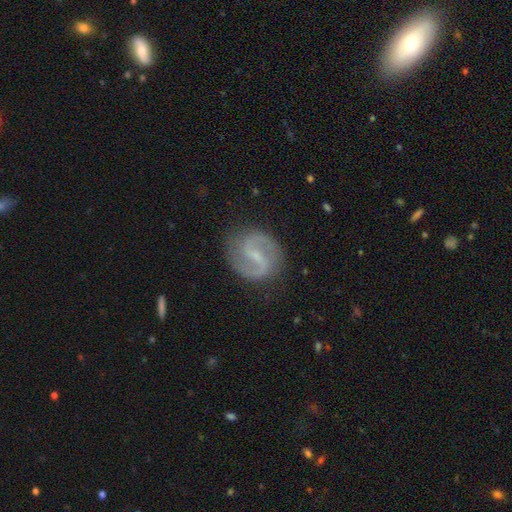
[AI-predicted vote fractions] This is clearly a featured or disk galaxy (90%). It is clearly not viewed edge-on (98%). Bar: possibly weak (46%). Spiral arm pattern: clearly yes (97%). Spiral arm count: clearly 2 (94%). Spiral winding: possibly medium (55%). Central bulge: likely small (64%). Merging: clearly none (87%).